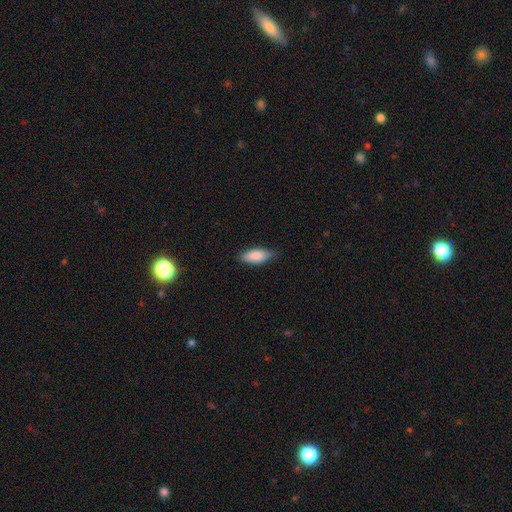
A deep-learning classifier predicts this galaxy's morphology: type=smooth (87%); roundness=in between (84%); merging=none (75%).